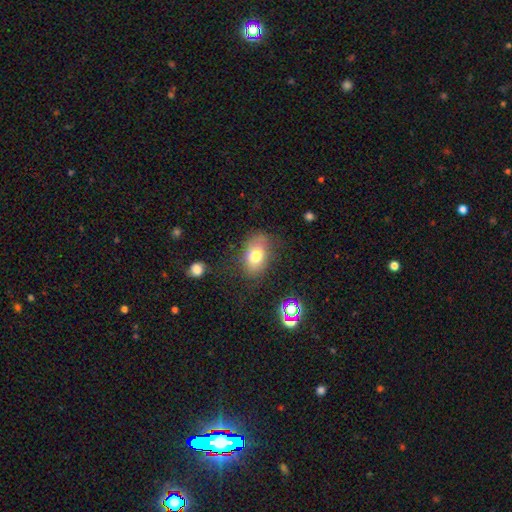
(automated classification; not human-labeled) Smooth or featured: smooth — 74% (featured or disk — 15%)
How rounded: in between — 85% (round — 14%)
Merging: none — 73% (minor disturbance — 17%)